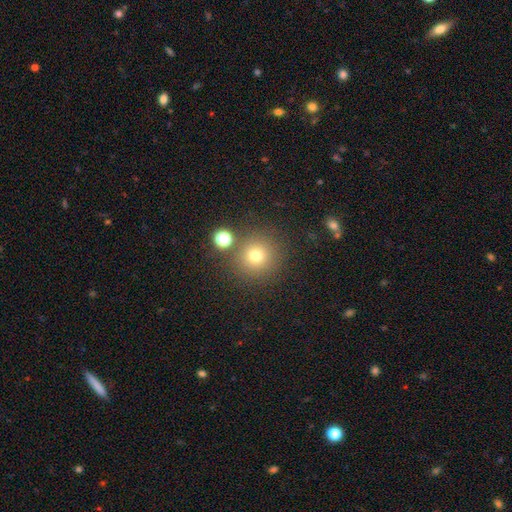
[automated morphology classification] smooth 73%, star or artifact 18%, featured or disk 9%. Down the decision tree: how rounded — round (95%); merging — none (82%).